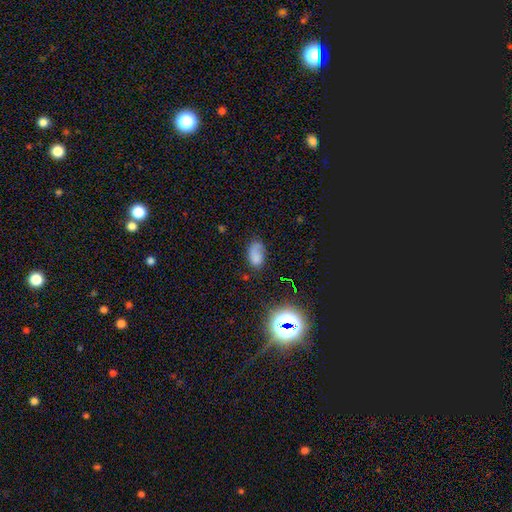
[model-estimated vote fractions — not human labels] A smooth galaxy with no disk features (67%) that is in between round and cigar-shaped (87%). Merging: none (50%).